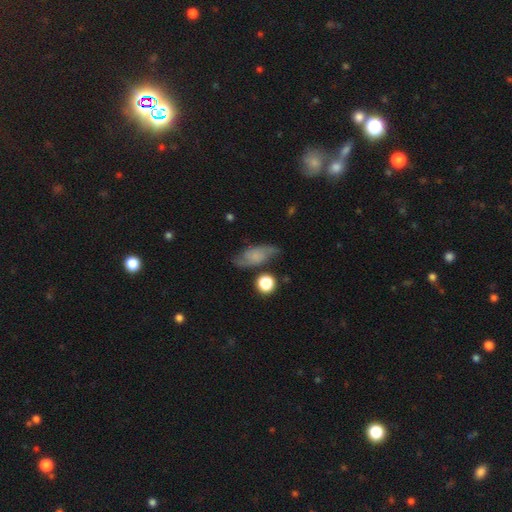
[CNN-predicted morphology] A featured or disk galaxy (51%). Merging: none (68%).